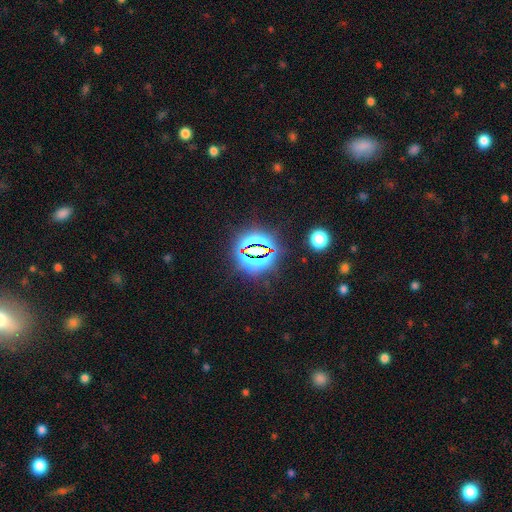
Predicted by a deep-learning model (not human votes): Smooth or featured: star or artifact — 78% (smooth — 13%)